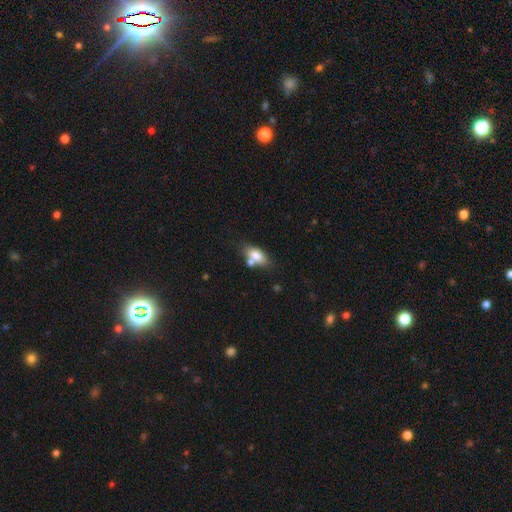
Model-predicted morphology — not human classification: Smooth or featured? Predicted: smooth (p=0.76). How rounded? Predicted: in between (p=0.84). Merging? Predicted: none (p=0.58).